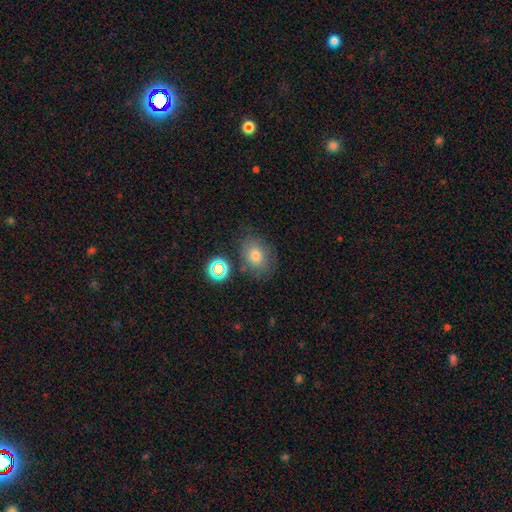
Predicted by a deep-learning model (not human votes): smooth-or-featured: smooth: 74% | star or artifact: 14% | featured or disk: 12%
  how-rounded: in between: 60% | round: 39% | cigar-shaped: 1%
  merging: none: 71% | minor disturbance: 17% | major disturbance: 6% | merger: 6%